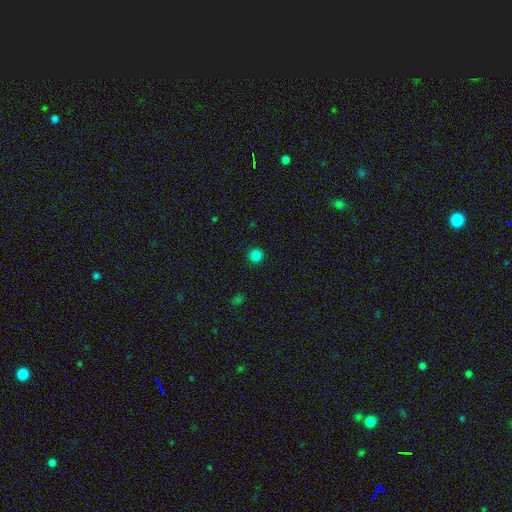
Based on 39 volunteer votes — A smooth galaxy with no disk features (85%) that is round (100%). Merging: none (91%).